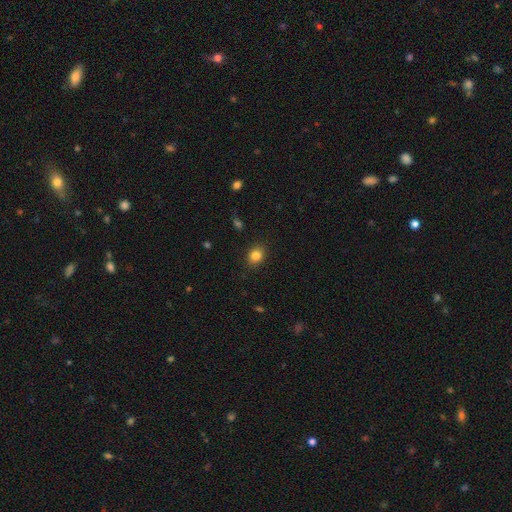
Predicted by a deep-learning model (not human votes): This is clearly a smooth galaxy (83%). How rounded: possibly in between (51%). Merging: clearly none (88%).